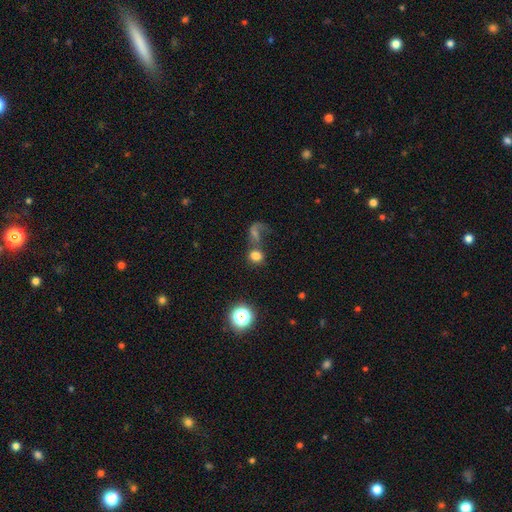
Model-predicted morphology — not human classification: smooth 69%, star or artifact 17%, featured or disk 14%. Down the decision tree: how rounded — round (74%); merging — merger (39%).